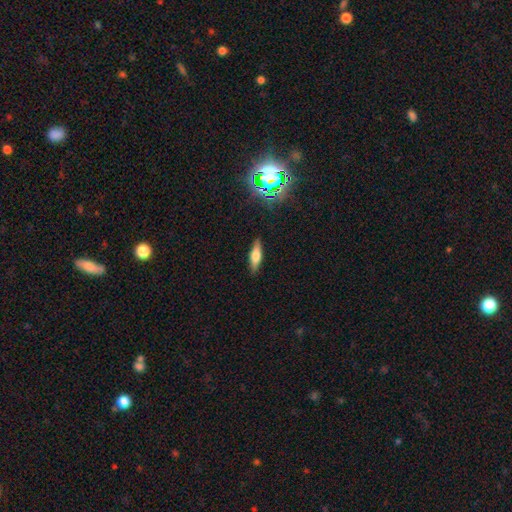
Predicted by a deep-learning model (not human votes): Smooth or featured? Predicted: smooth (p=0.53). How rounded? Predicted: cigar-shaped (p=0.56). Merging? Predicted: none (p=0.87).